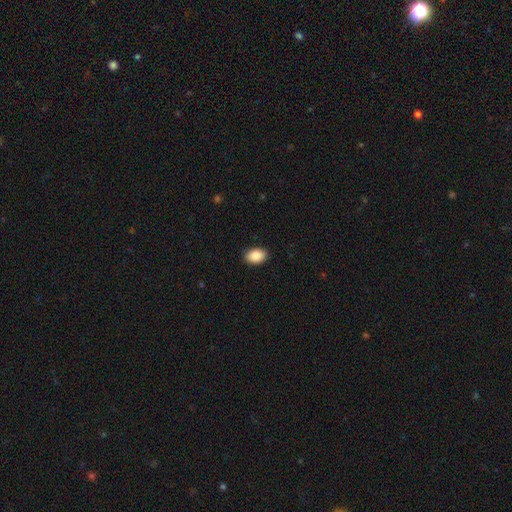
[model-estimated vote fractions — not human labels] smooth-or-featured: smooth: 89% | star or artifact: 7% | featured or disk: 4%
  how-rounded: in between: 86% | round: 13% | cigar-shaped: 1%
  merging: none: 90% | minor disturbance: 7% | major disturbance: 2% | merger: 1%